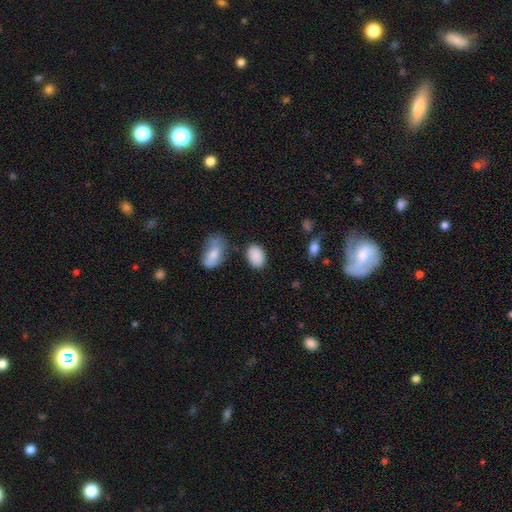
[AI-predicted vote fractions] Overall: smooth (89%). How rounded: in between (86%). Merging: none (77%).